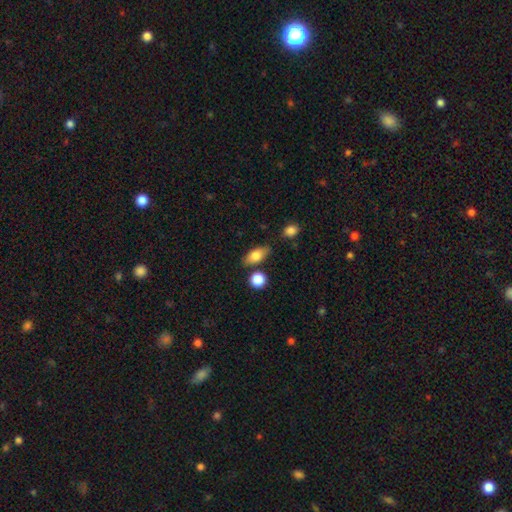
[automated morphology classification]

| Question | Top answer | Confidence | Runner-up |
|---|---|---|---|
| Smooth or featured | smooth | 77% | featured or disk (15%) |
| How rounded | in between | 80% | cigar-shaped (12%) |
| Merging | none | 75% | minor disturbance (14%) |